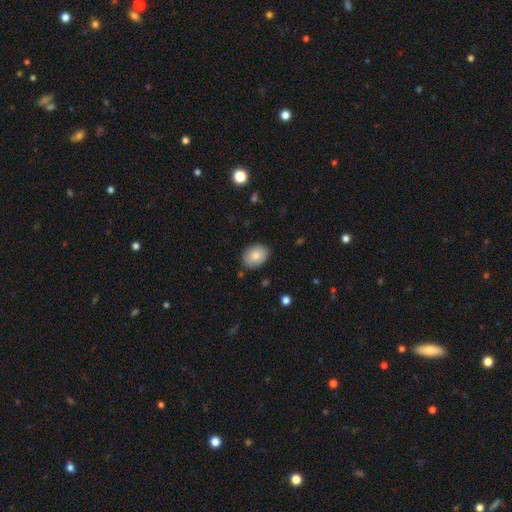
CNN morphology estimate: Smooth or featured? smooth (80%)
How rounded? in between (65%)
Merging? none (85%)